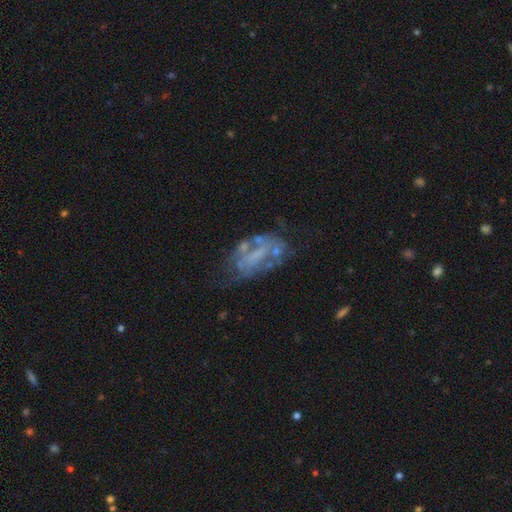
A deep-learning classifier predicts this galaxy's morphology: A featured or disk galaxy (67%) with no bar (63%), no spiral arms (69%) and no central bulge (61%). Merging: none (41%).